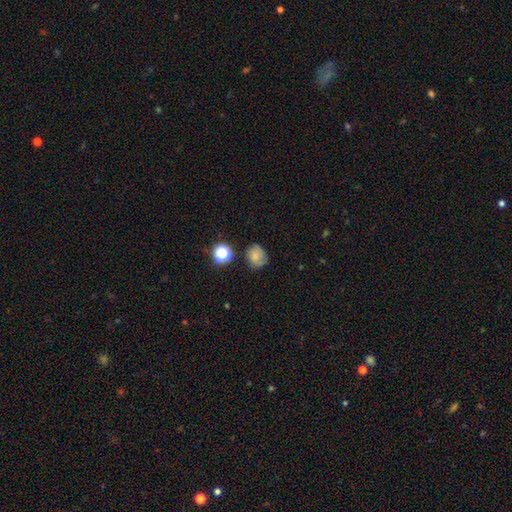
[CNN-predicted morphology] smooth-or-featured: smooth: 72% | star or artifact: 14% | featured or disk: 14%
  how-rounded: round: 69% | in between: 30% | cigar-shaped: 1%
  merging: none: 67% | minor disturbance: 23% | major disturbance: 6% | merger: 4%